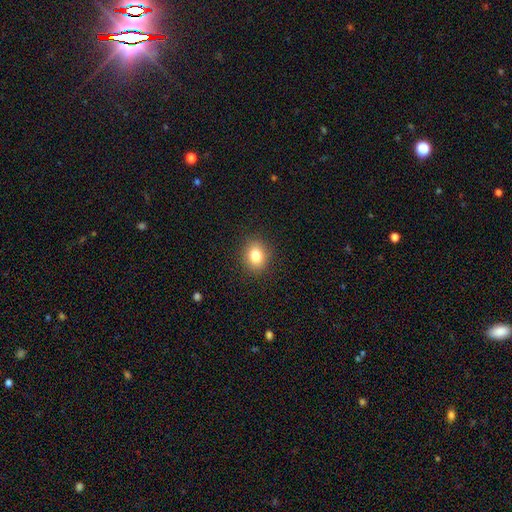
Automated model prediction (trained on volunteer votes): smooth_or_featured: smooth (p=0.81) [alt: star or artifact p=0.11]
how_rounded: round (p=0.62) [alt: in between p=0.37]
merging: none (p=0.89) [alt: minor disturbance p=0.08]